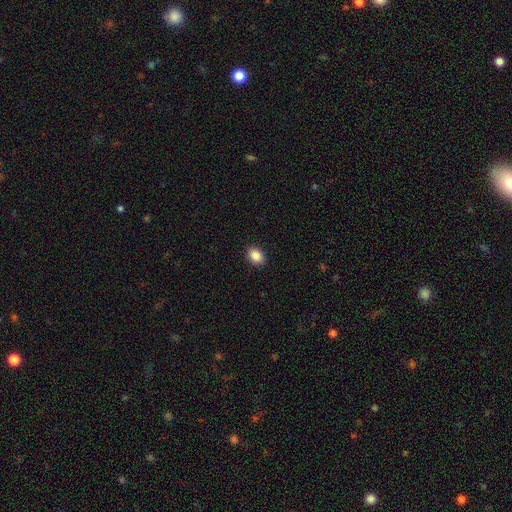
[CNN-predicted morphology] Q: Smooth or featured?
A: smooth (89%); runner-up: star or artifact (8%)
Q: How rounded?
A: in between (69%); runner-up: round (30%)
Q: Merging?
A: none (90%); runner-up: minor disturbance (7%)